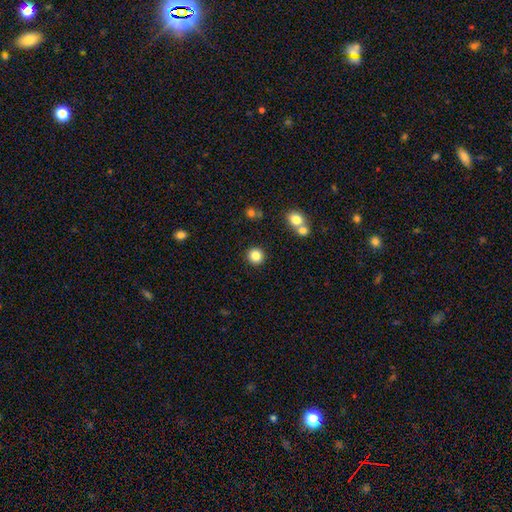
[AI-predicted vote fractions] Smooth or featured: smooth — 84% (star or artifact — 10%)
How rounded: round — 93% (in between — 6%)
Merging: none — 90% (minor disturbance — 5%)